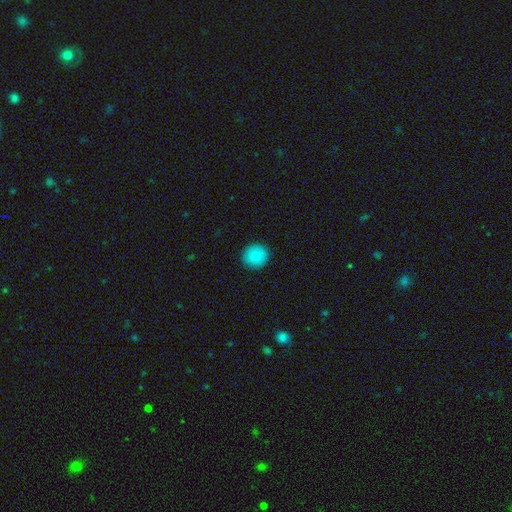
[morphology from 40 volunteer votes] smooth 88%, star or artifact 8%, featured or disk 5%. Down the decision tree: how rounded — round (94%); merging — none (95%).